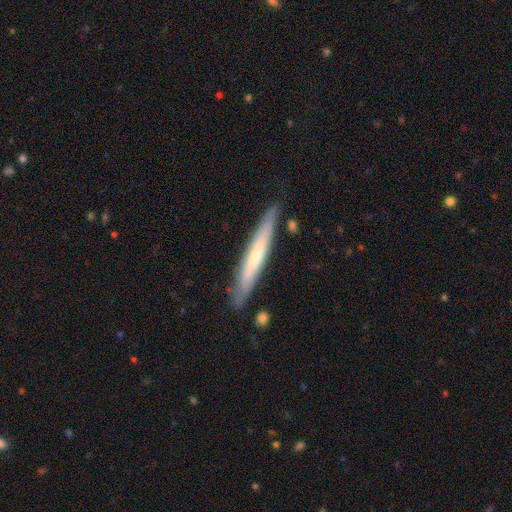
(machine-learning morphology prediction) Smooth or featured? Predicted: smooth (p=0.53). How rounded? Predicted: cigar-shaped (p=0.94). Merging? Predicted: none (p=0.83).